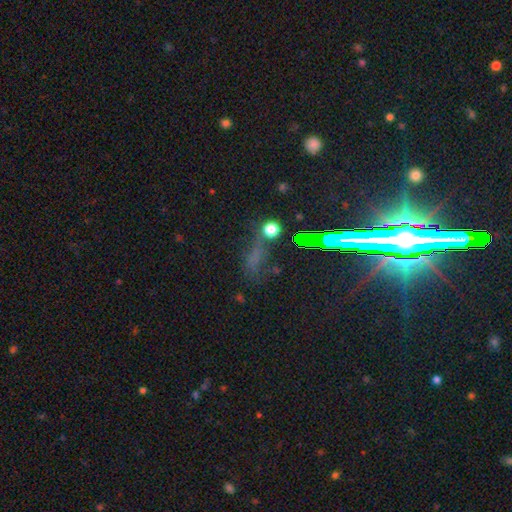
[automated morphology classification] type=star or artifact (55%).